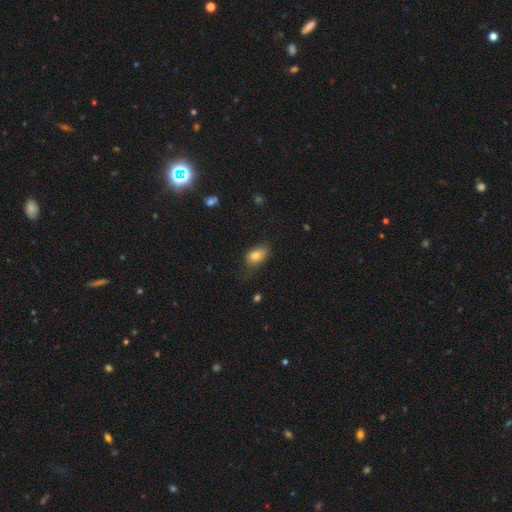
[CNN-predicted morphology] Smooth or featured?
  - smooth: 80% *
  - featured or disk: 11%
  - star or artifact: 9%
How rounded?
  - in between: 85% *
  - round: 13%
  - cigar-shaped: 2%
Merging?
  - none: 57% *
  - minor disturbance: 32%
  - major disturbance: 10%
  - merger: 2%